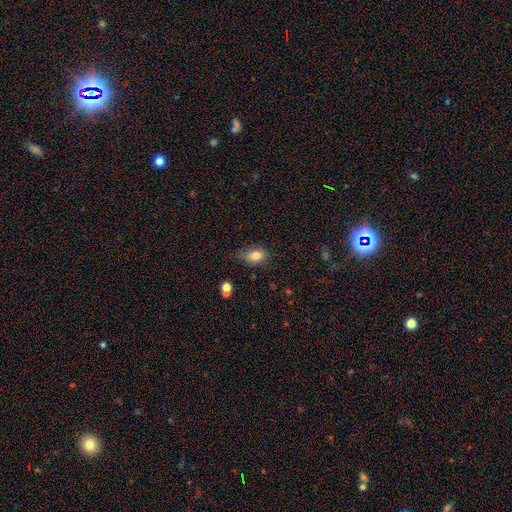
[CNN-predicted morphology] smooth 82%, star or artifact 10%, featured or disk 9%. Down the decision tree: how rounded — in between (79%); merging — none (61%).